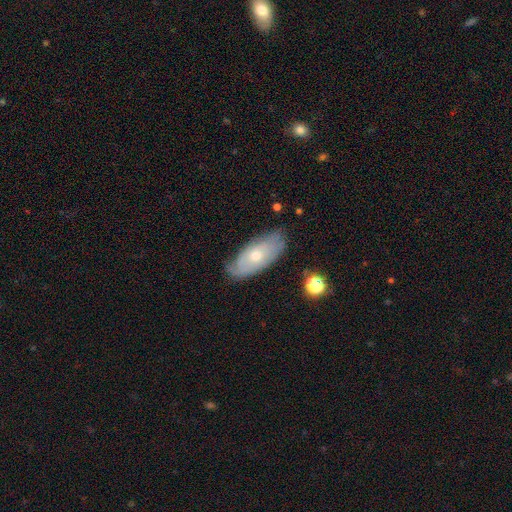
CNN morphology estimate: A featured or disk galaxy (53%). Merging: none (70%).